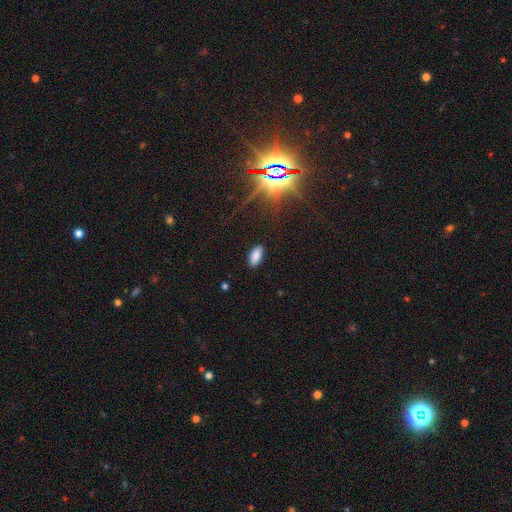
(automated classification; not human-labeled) A smooth galaxy with no disk features (84%) that is in between round and cigar-shaped (89%).

Vote fractions:
- Smooth or featured? smooth: 84% / star or artifact: 11% / featured or disk: 5%
- How rounded? in between: 89% / cigar-shaped: 9% / round: 2%
- Merging? none: 88% / minor disturbance: 9% / major disturbance: 2% / merger: 1%